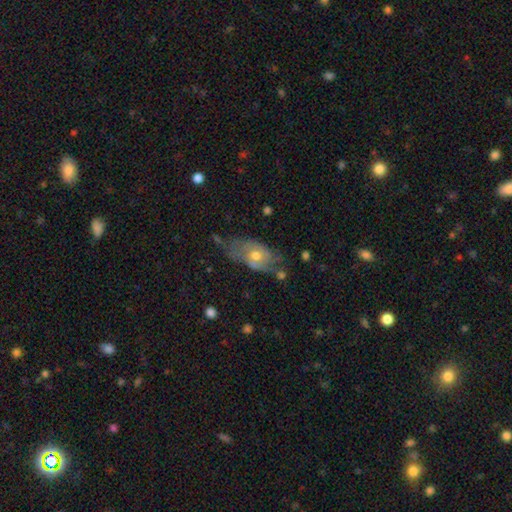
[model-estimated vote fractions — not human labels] featured or disk 57%, smooth 36%, star or artifact 8%. Down the decision tree: edge-on disk — no (90%); bar — no (80%); spiral arms — yes (63%); bulge size — moderate (73%); merging — none (43%).